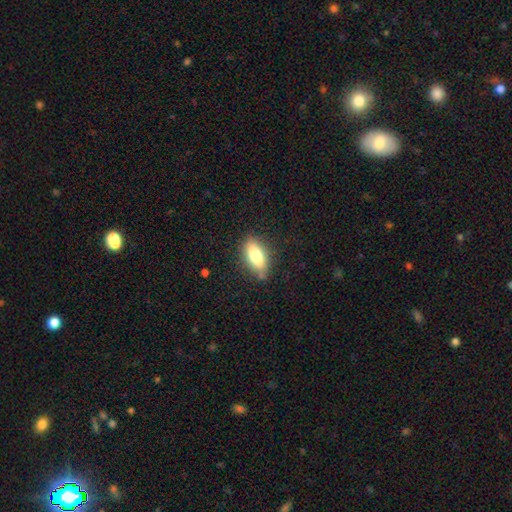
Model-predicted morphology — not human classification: Smooth or featured?
  - smooth: 76% *
  - featured or disk: 17%
  - star or artifact: 7%
How rounded?
  - in between: 79% *
  - cigar-shaped: 18%
  - round: 3%
Merging?
  - none: 79% *
  - minor disturbance: 15%
  - major disturbance: 4%
  - merger: 2%